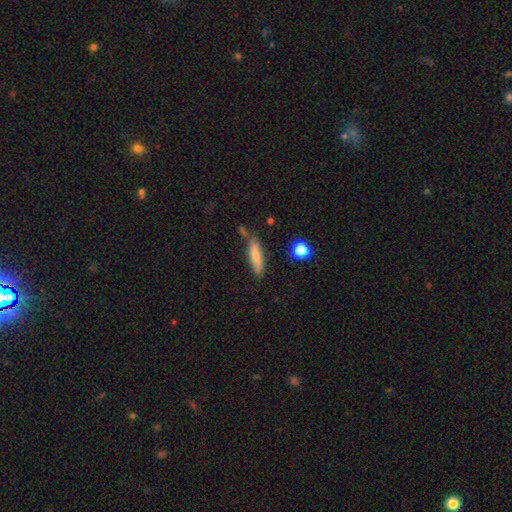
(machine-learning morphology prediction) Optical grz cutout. It shows a smooth galaxy with no disk features (77%) that is cigar-shaped (67%). Merging: none (67%).